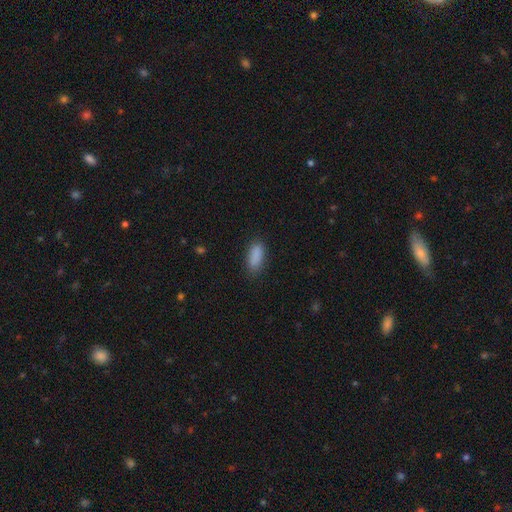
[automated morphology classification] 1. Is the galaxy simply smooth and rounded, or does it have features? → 88% smooth, 8% star or artifact, 4% featured or disk.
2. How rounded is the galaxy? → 81% in between, 16% cigar-shaped, 3% round.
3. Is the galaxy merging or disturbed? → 80% none, 15% minor disturbance, 4% major disturbance, 1% merger.